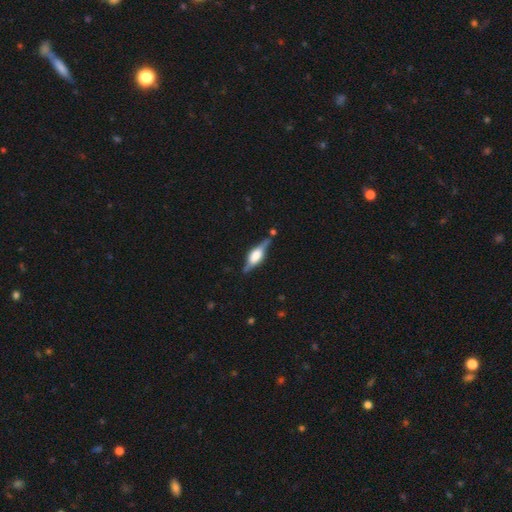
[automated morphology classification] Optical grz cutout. It shows a featured or disk galaxy (66%) viewed edge-on (92%) with a rounded central bulge (66%). Merging: none (68%).